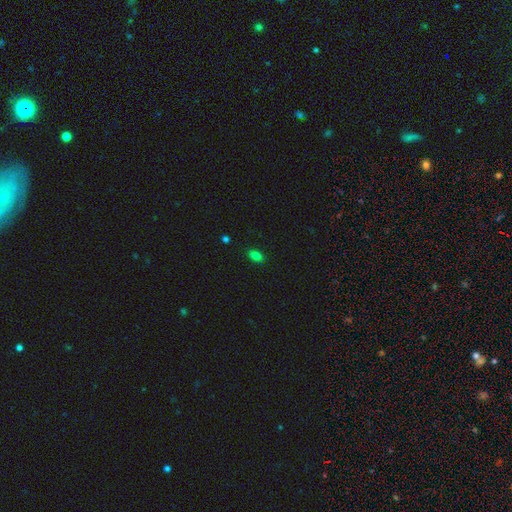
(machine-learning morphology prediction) A smooth galaxy with no disk features (81%) that is in between round and cigar-shaped (84%).

Vote fractions:
- Smooth or featured? smooth: 81% / star or artifact: 14% / featured or disk: 5%
- How rounded? in between: 84% / round: 13% / cigar-shaped: 3%
- Merging? none: 87% / minor disturbance: 10% / major disturbance: 2% / merger: 1%